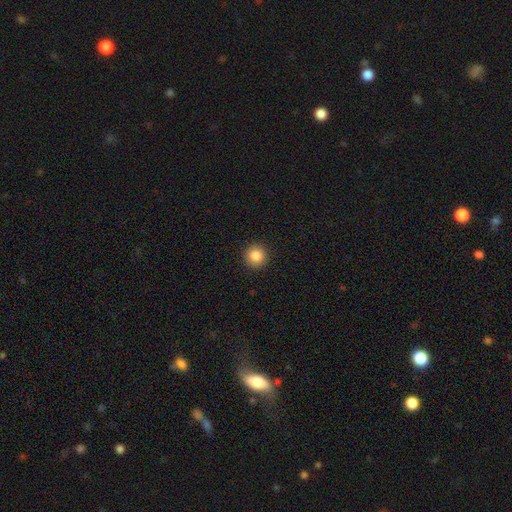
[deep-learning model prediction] Morphology: type=smooth (86%); roundness=round (95%); merging=none (93%).